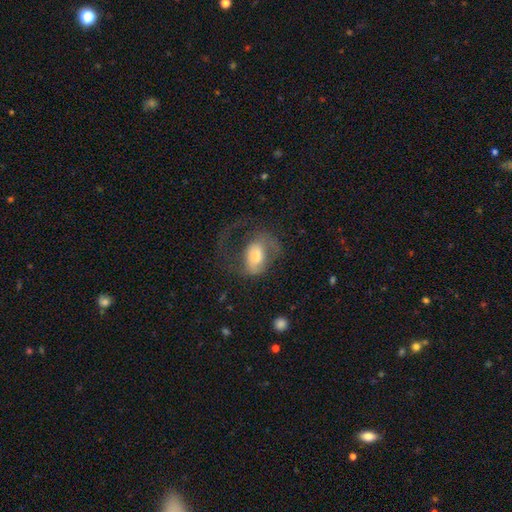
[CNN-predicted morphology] Smooth or featured? featured or disk (49%)
Merging? major disturbance (53%)